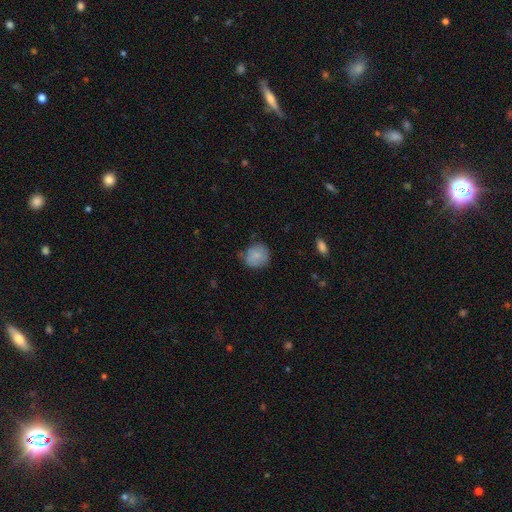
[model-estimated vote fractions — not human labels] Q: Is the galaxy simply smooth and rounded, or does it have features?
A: smooth — 81%.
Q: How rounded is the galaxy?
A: round — 79%.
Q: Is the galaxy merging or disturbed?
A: none — 65%.